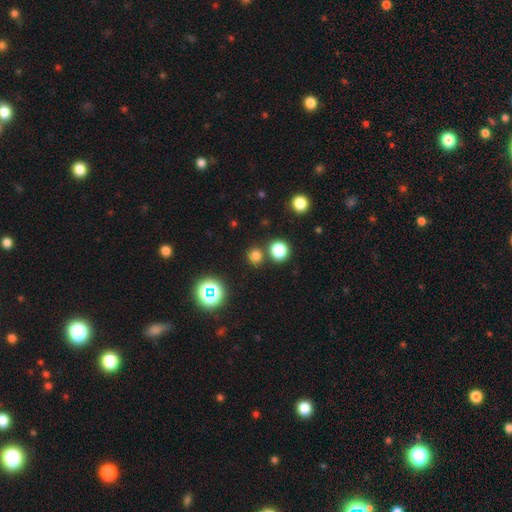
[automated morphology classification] Smooth or featured?
  - smooth: 73% *
  - star or artifact: 22%
  - featured or disk: 5%
How rounded?
  - round: 88% *
  - in between: 11%
  - cigar-shaped: 1%
Merging?
  - none: 77% *
  - merger: 14%
  - minor disturbance: 6%
  - major disturbance: 3%